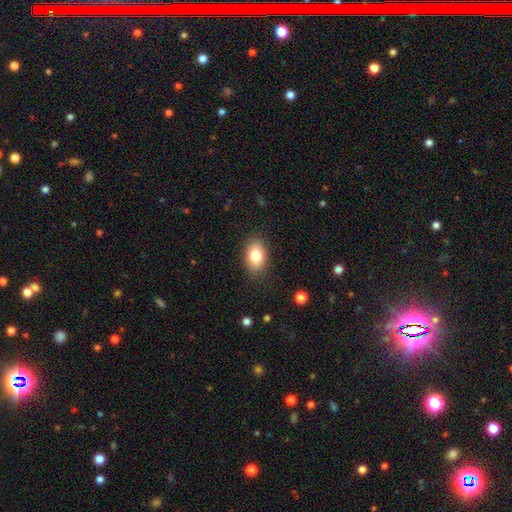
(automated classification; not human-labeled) smooth-or-featured: smooth: 81% | featured or disk: 10% | star or artifact: 8%
  how-rounded: in between: 85% | round: 14% | cigar-shaped: 1%
  merging: none: 86% | minor disturbance: 10% | major disturbance: 3% | merger: 1%